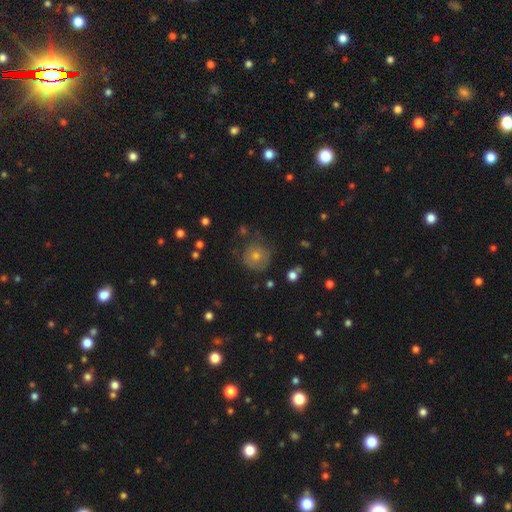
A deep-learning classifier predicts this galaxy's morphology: The model was most divided on "smooth or featured": smooth: 53%, featured or disk: 30%, star or artifact: 18%. More confident: how rounded — round (91%); merging — none (72%).